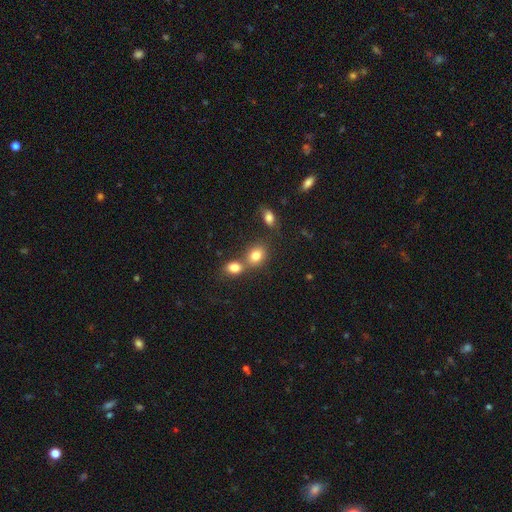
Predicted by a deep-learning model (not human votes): A smooth galaxy with no disk features (80%) that is in between round and cigar-shaped (55%). Merging: none (43%, tied with merger).